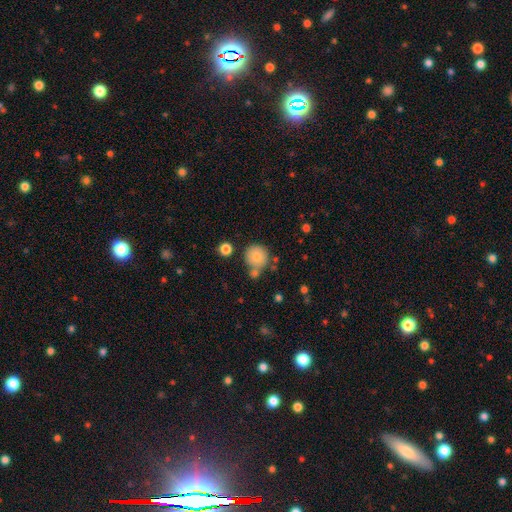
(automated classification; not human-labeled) Q: Smooth or featured?
A: smooth (83%); runner-up: star or artifact (9%)
Q: How rounded?
A: round (92%); runner-up: in between (7%)
Q: Merging?
A: none (67%); runner-up: merger (17%)